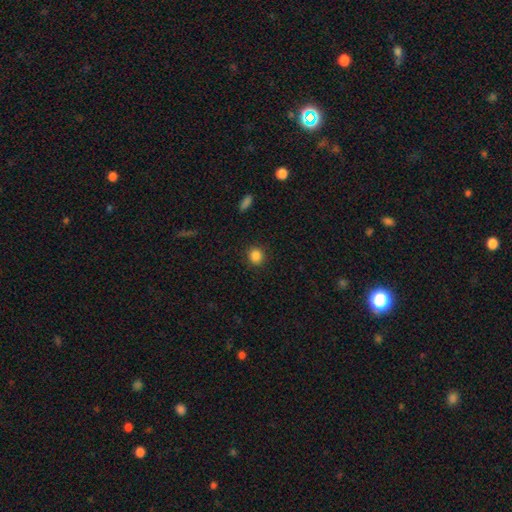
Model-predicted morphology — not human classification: Overall: smooth (86%). How rounded: round (83%). Merging: none (90%).